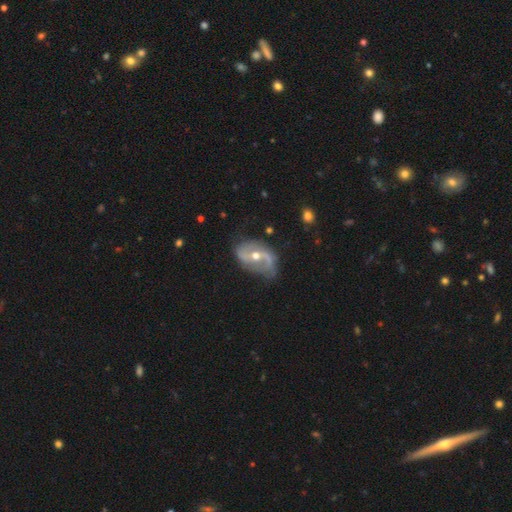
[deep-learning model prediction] smooth-or-featured: featured or disk: 86% | smooth: 8% | star or artifact: 6%
  disk-edge-on: no: 96% | yes: 4%
    bar: no: 39% (tied) | weak: 39% (tied) | strong: 23%
    has-spiral-arms: yes: 93% | no: 7%
      spiral-winding: loose: 60% | medium: 30% | tight: 10%
      spiral-arm-count: 2: 90% | can't tell: 4% | 1: 4% | 3: 1% | 4: 1% | more than 4: 1%
    bulge-size: moderate: 65% | small: 31% | large: 2% | none: 1% | dominant: 1%
  merging: none: 64% | minor disturbance: 24% | major disturbance: 10% | merger: 2%